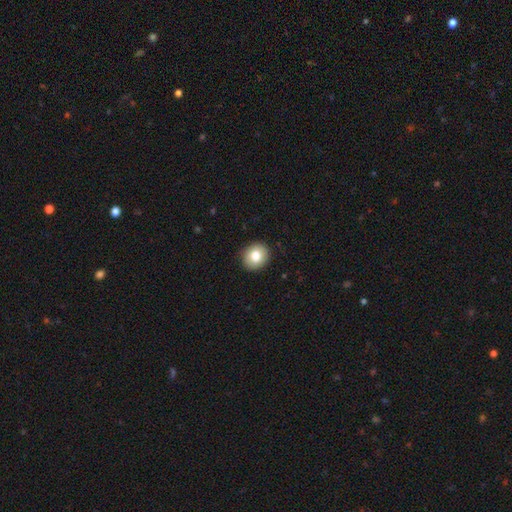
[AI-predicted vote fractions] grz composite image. It shows a smooth galaxy with no disk features (81%) that is round (77%). Merging: none (90%).